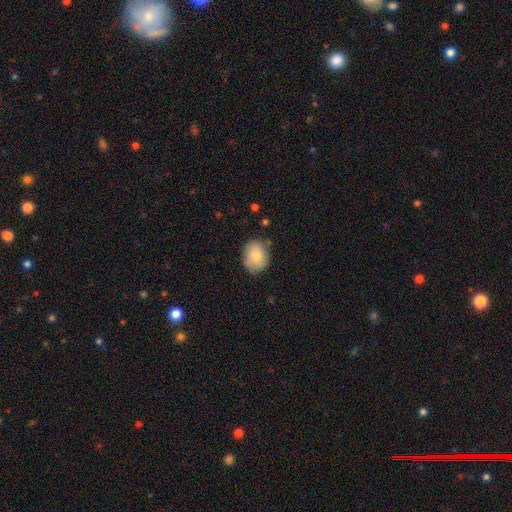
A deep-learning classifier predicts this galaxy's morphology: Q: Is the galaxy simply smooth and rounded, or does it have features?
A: smooth — 83%.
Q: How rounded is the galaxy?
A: in between — 57%.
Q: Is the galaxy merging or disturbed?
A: none — 76%.